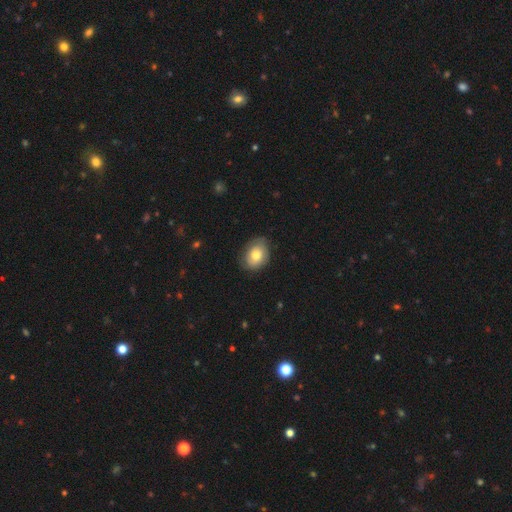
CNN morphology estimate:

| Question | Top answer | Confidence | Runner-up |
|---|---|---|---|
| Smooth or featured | smooth | 73% | featured or disk (20%) |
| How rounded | in between | 69% | round (31%) |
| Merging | none | 75% | minor disturbance (20%) |